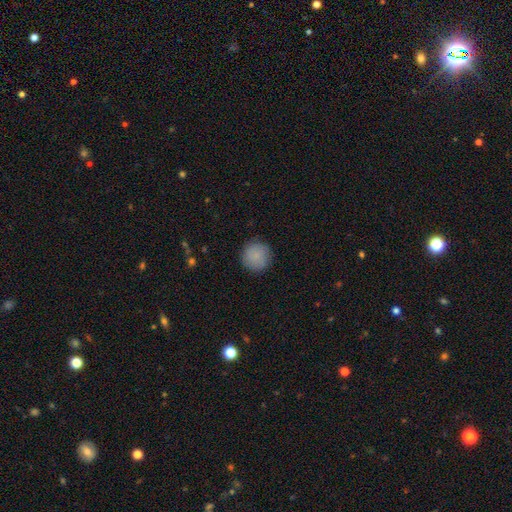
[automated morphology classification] smooth_or_featured: smooth (p=0.87) [alt: star or artifact p=0.08]
how_rounded: round (p=0.95) [alt: in between p=0.04]
merging: none (p=0.89) [alt: minor disturbance p=0.08]